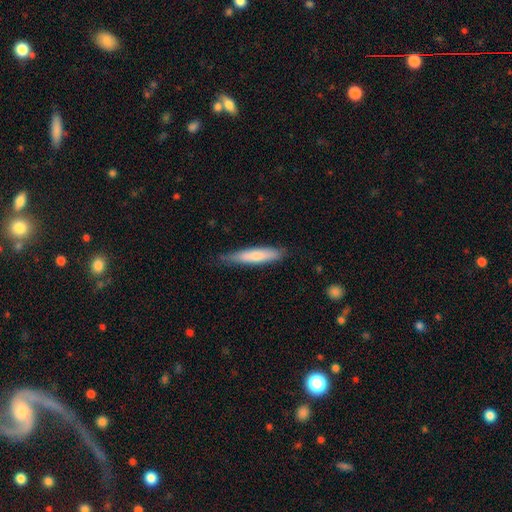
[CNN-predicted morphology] type=smooth (69%); roundness=cigar-shaped (86%); merging=none (76%).